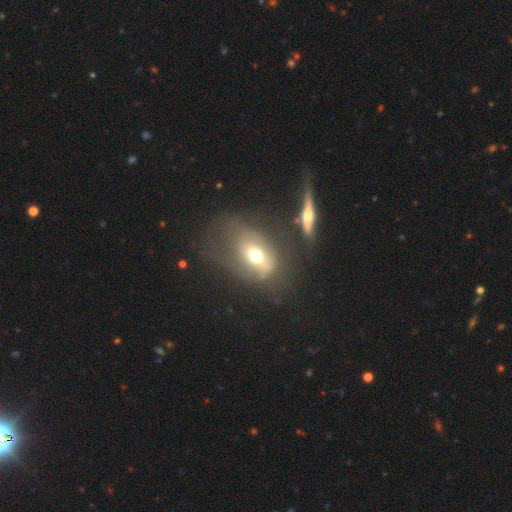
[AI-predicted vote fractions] A smooth galaxy with no disk features (58%) that is in between round and cigar-shaped (75%).

Vote fractions:
- Smooth or featured? smooth: 58% / featured or disk: 31% / star or artifact: 11%
- How rounded? in between: 75% / round: 22% / cigar-shaped: 3%
- Merging? none: 40% / major disturbance: 29% / minor disturbance: 20% / merger: 11%